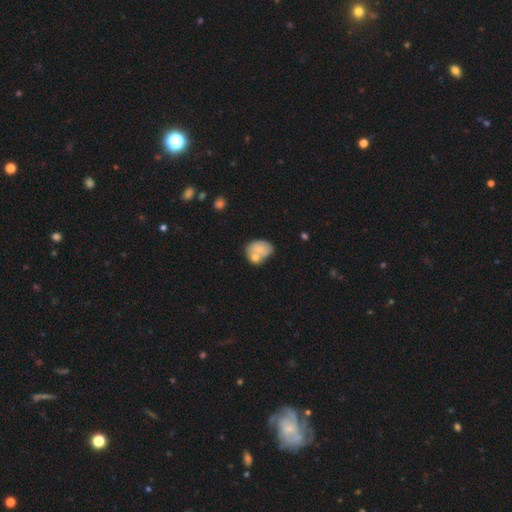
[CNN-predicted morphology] Q: Smooth or featured?
A: smooth (67%); runner-up: featured or disk (24%)
Q: How rounded?
A: in between (54%); runner-up: round (44%)
Q: Merging?
A: none (44%); runner-up: merger (34%)